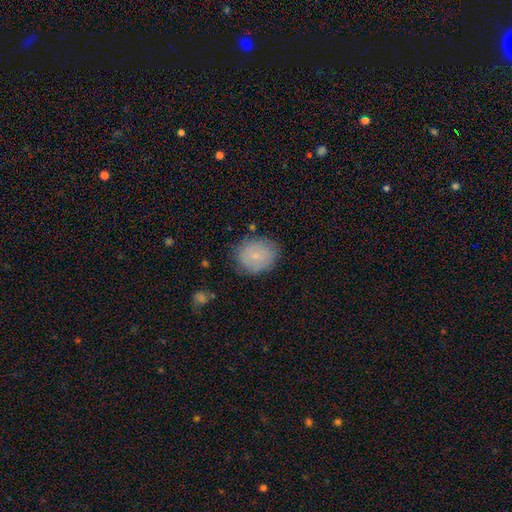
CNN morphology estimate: Smooth or featured? Predicted: smooth (p=0.76). How rounded? Predicted: round (p=0.65). Merging? Predicted: none (p=0.78).